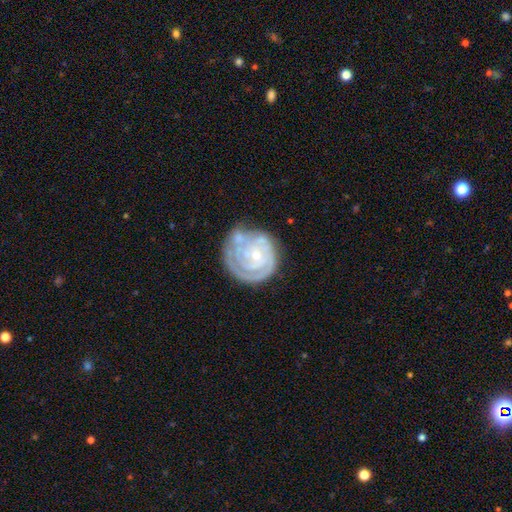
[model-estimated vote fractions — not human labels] Morphology: type=featured or disk (81%); edge-on=no (98%); bar=no (75%); spiral arms=yes (91%); winding=tight (80%); arm count=can't tell (34%); bulge=small (73%); merging=none (57%).